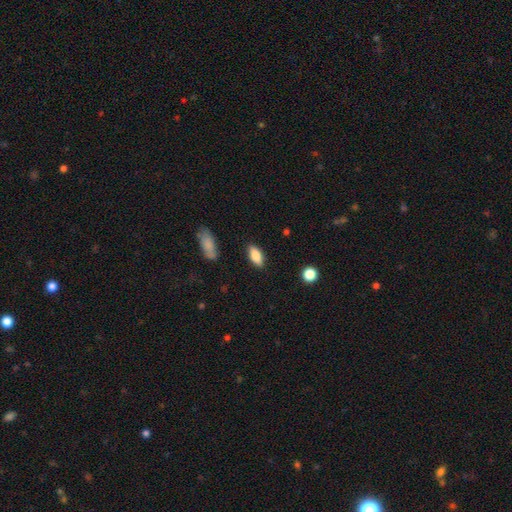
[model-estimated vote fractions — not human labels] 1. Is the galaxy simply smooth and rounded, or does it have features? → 81% smooth, 12% featured or disk, 7% star or artifact.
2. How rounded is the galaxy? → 83% in between, 14% cigar-shaped, 3% round.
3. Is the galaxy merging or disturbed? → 86% none, 10% minor disturbance, 2% major disturbance, 2% merger.